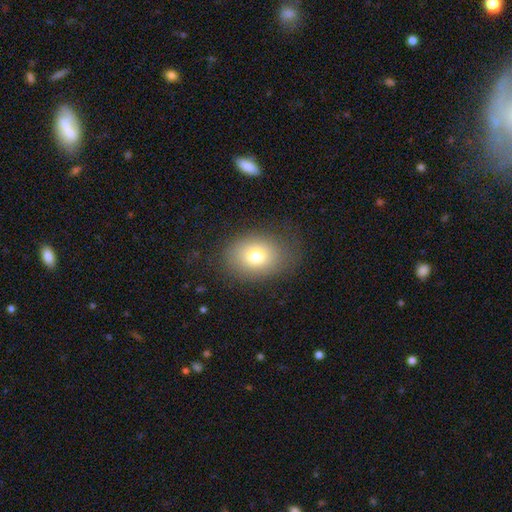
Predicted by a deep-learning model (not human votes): smooth 74%, featured or disk 13%, star or artifact 12%. Down the decision tree: how rounded — in between (61%); merging — none (78%).